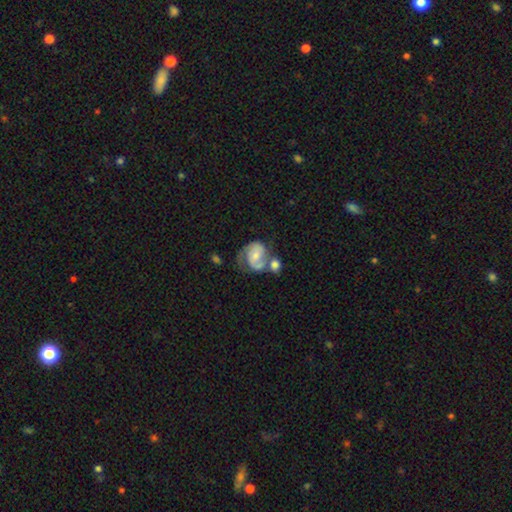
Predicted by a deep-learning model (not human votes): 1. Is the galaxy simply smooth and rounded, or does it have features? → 75% featured or disk, 19% smooth, 6% star or artifact.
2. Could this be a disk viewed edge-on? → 98% no, 2% yes.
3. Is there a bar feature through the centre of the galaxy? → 55% no, 35% weak, 11% strong.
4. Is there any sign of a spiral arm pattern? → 92% yes, 8% no.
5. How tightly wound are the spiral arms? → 48% medium, 33% tight, 19% loose.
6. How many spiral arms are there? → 78% 2, 10% 1, 8% can't tell, 3% 3, 1% 4, 1% more than 4.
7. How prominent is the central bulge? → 55% small, 36% moderate, 5% none, 3% large, 1% dominant.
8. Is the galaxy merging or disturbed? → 38% merger, 30% none, 17% minor disturbance, 15% major disturbance.